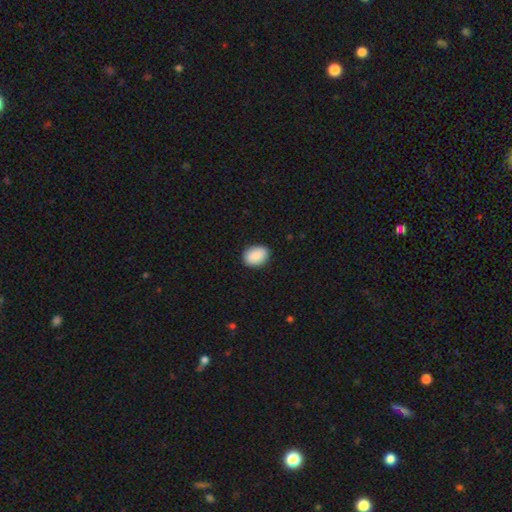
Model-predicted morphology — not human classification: Q: Smooth or featured?
A: smooth (90%); runner-up: star or artifact (7%)
Q: How rounded?
A: in between (75%); runner-up: round (24%)
Q: Merging?
A: none (88%); runner-up: minor disturbance (9%)